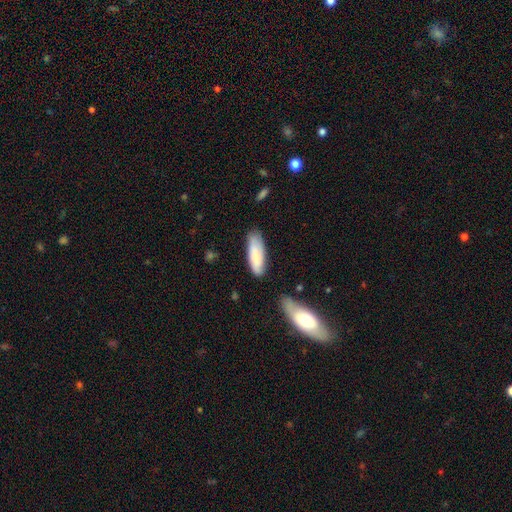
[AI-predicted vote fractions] A smooth galaxy with no disk features (78%) that is in between round and cigar-shaped (52%).

Vote fractions:
- Smooth or featured? smooth: 78% / featured or disk: 16% / star or artifact: 6%
- How rounded? in between: 52% / cigar-shaped: 46% / round: 1%
- Merging? none: 76% / minor disturbance: 18% / major disturbance: 4% / merger: 3%